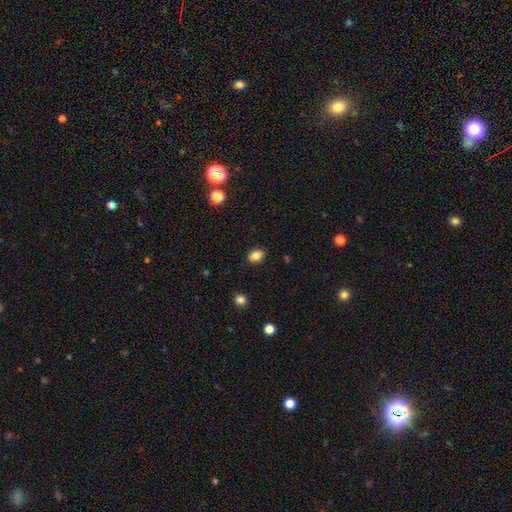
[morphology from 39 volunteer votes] Smooth or featured?
  - smooth: 85% *
  - featured or disk: 8%
  - star or artifact: 8%
How rounded?
  - in between: 70% *
  - round: 27%
  - cigar-shaped: 3%
Merging?
  - none: 78% *
  - minor disturbance: 14%
  - major disturbance: 8%
  - merger: 0%